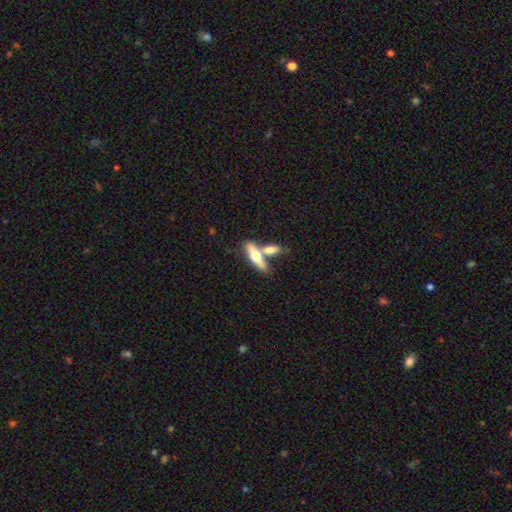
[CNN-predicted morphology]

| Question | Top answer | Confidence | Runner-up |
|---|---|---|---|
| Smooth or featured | smooth | 51% | featured or disk (43%) |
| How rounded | cigar-shaped | 53% | in between (43%) |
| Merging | merger | 46% | none (41%) |